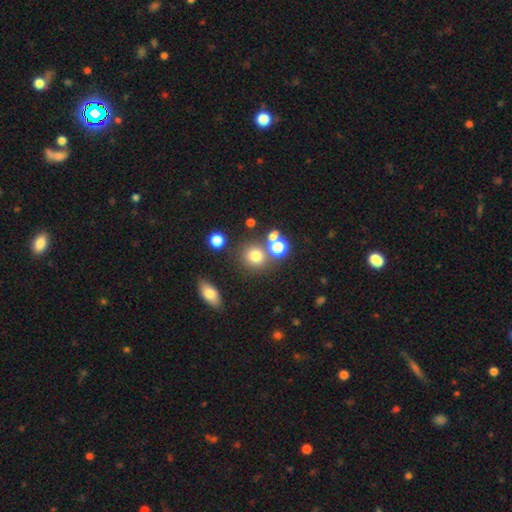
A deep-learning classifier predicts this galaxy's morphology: smooth_or_featured: smooth (p=0.74) [alt: star or artifact p=0.17]
how_rounded: round (p=0.85) [alt: in between p=0.14]
merging: none (p=0.69) [alt: merger p=0.17]